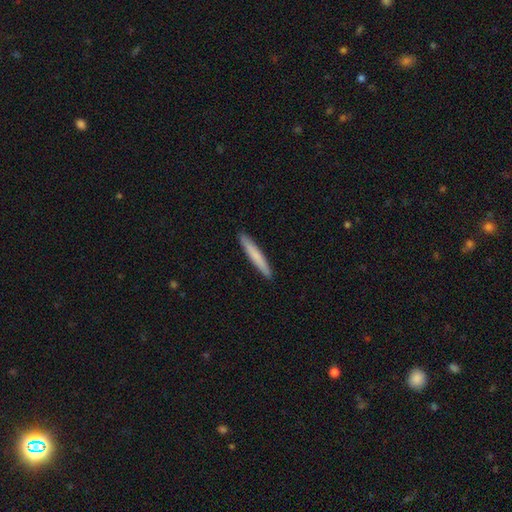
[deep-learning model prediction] Q: Smooth or featured?
A: smooth (76%); runner-up: featured or disk (19%)
Q: How rounded?
A: cigar-shaped (96%); runner-up: in between (3%)
Q: Merging?
A: none (92%); runner-up: minor disturbance (6%)